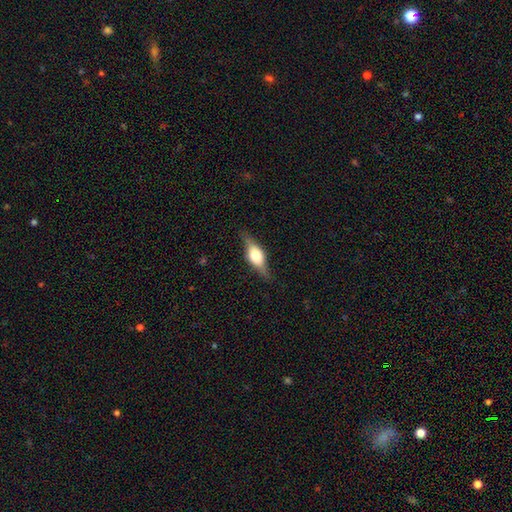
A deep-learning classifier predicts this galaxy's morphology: A featured or disk galaxy (57%) viewed edge-on (91%) with a rounded central bulge (89%). Merging: none (80%).